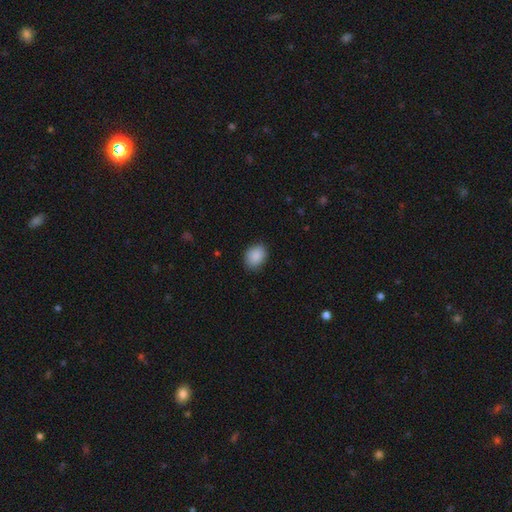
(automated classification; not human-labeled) Smooth or featured? smooth (89%)
How rounded? in between (62%)
Merging? none (84%)